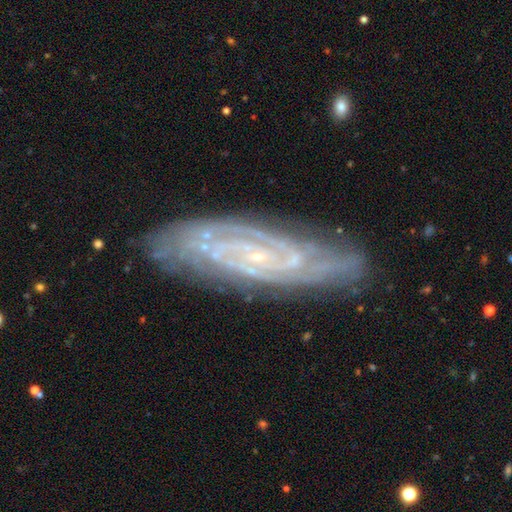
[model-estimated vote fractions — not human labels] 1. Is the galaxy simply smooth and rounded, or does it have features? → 86% featured or disk, 8% smooth, 7% star or artifact.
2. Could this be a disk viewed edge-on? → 85% no, 15% yes.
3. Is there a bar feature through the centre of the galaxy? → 54% no, 32% weak, 13% strong.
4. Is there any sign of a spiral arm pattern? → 95% yes, 5% no.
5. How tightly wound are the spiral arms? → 71% tight, 23% medium, 5% loose.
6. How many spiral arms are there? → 36% can't tell, 29% 2, 13% 3, 9% 4, 7% more than 4, 6% 1.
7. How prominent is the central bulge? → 85% small, 9% moderate, 4% none, 1% large, 1% dominant.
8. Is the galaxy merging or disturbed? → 80% none, 15% minor disturbance, 4% major disturbance, 2% merger.